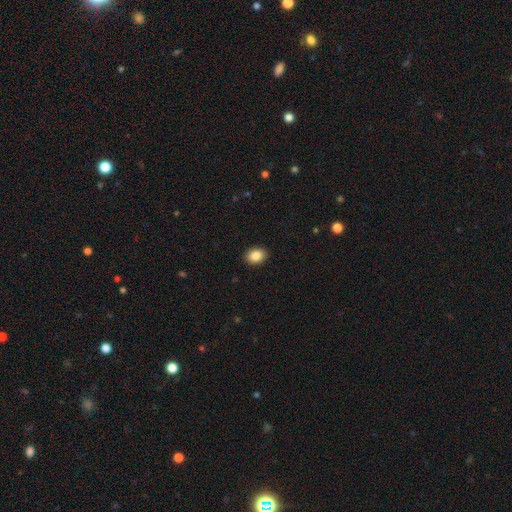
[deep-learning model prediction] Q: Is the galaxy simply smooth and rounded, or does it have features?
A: smooth — 88%.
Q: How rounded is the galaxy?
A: in between — 66%.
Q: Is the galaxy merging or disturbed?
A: none — 91%.